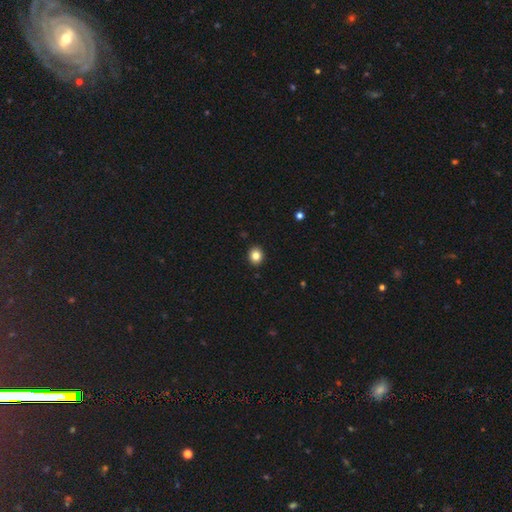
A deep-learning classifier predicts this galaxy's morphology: smooth_or_featured: smooth (p=0.84) [alt: star or artifact p=0.11]
how_rounded: round (p=0.68) [alt: in between p=0.31]
merging: none (p=0.92) [alt: minor disturbance p=0.05]